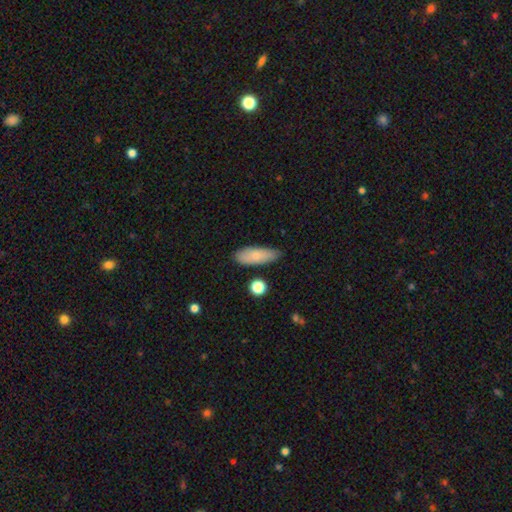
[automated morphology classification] Smooth or featured: smooth — 78% (featured or disk — 15%)
How rounded: in between — 69% (cigar-shaped — 28%)
Merging: none — 76% (minor disturbance — 18%)